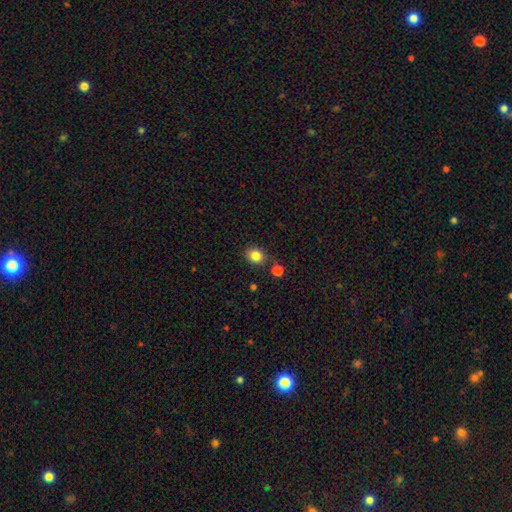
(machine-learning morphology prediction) Smooth or featured? smooth (84%)
How rounded? round (66%)
Merging? none (78%)